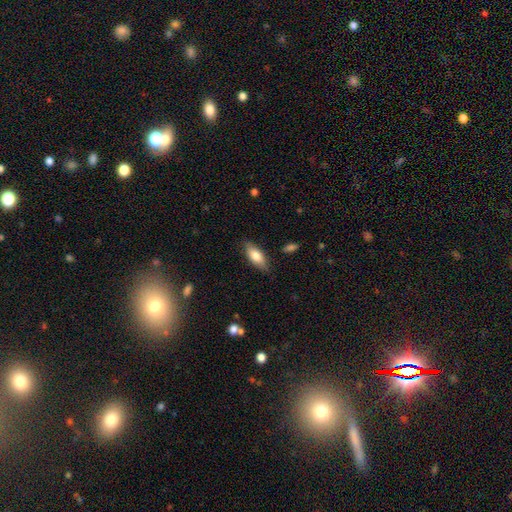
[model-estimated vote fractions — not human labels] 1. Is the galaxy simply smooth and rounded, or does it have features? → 78% smooth, 15% featured or disk, 6% star or artifact.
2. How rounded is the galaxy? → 81% in between, 16% cigar-shaped, 2% round.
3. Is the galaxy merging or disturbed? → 82% none, 14% minor disturbance, 3% major disturbance, 1% merger.